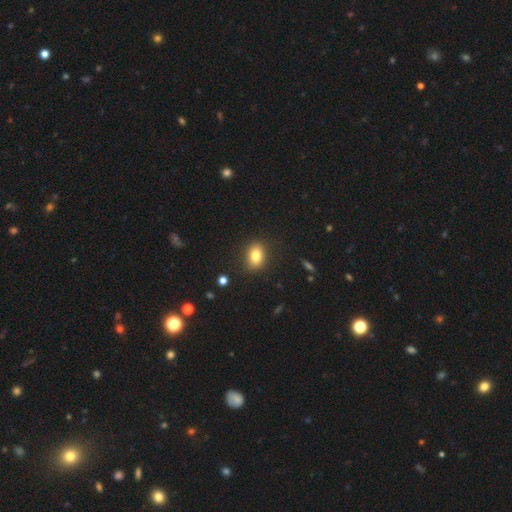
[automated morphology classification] The model was most divided on "how rounded": in between: 72%, round: 26%, cigar-shaped: 2%. More confident: merging — none (85%); smooth or featured — smooth (80%).